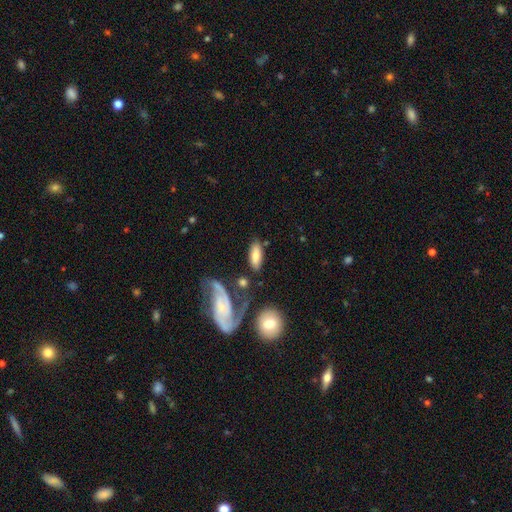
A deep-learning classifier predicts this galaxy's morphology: Overall: smooth (68%). How rounded: in between (76%). Merging: none (69%).